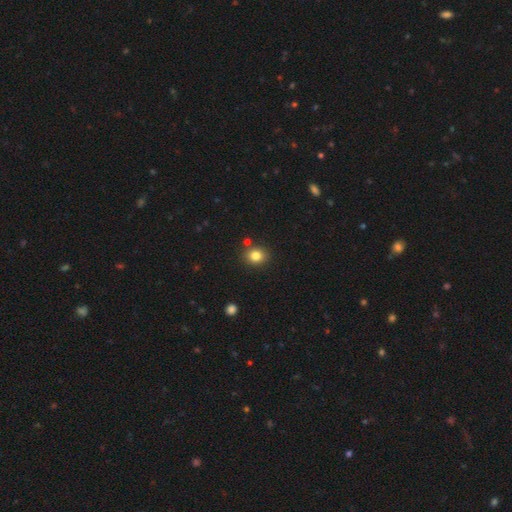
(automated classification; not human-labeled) This is clearly a smooth galaxy (82%). How rounded: likely round (69%). Merging: clearly none (83%).